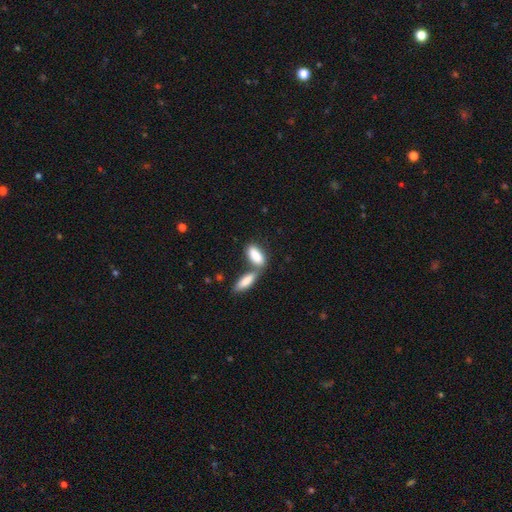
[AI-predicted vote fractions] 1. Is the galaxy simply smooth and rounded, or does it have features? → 85% smooth, 9% featured or disk, 6% star or artifact.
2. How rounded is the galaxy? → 81% in between, 16% cigar-shaped, 3% round.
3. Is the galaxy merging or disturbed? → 53% merger, 34% none, 9% minor disturbance, 4% major disturbance.